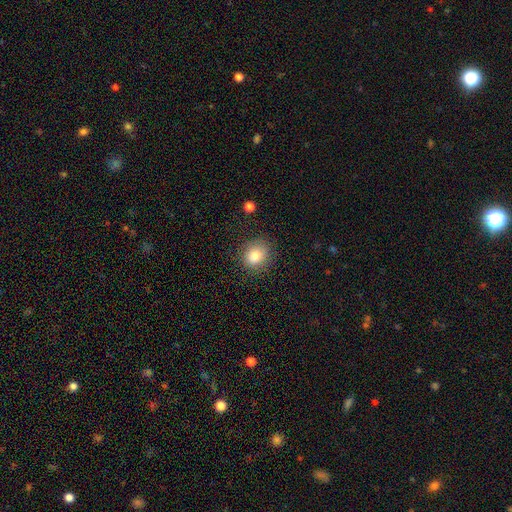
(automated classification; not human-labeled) This is clearly a smooth galaxy (82%). How rounded: likely round (72%). Merging: clearly none (84%).